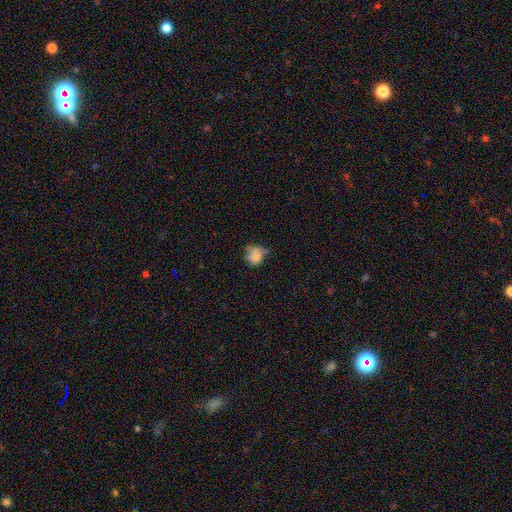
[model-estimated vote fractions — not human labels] smooth-or-featured: smooth: 73% | featured or disk: 15% | star or artifact: 12%
  how-rounded: round: 65% | in between: 33% | cigar-shaped: 1%
  merging: none: 38% | minor disturbance: 33% | major disturbance: 18% | merger: 11%